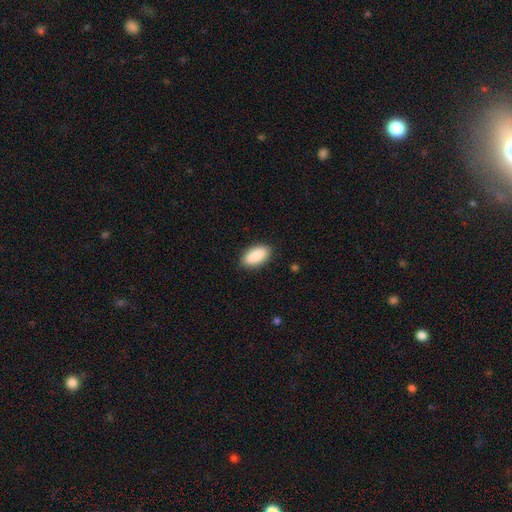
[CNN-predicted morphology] A smooth galaxy with no disk features (90%) that is in between round and cigar-shaped (91%). Merging: none (87%).